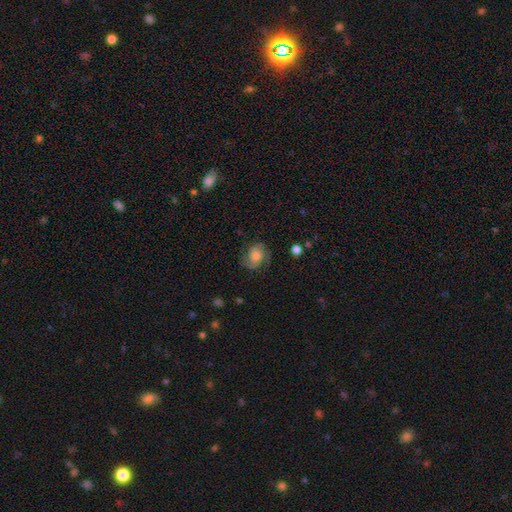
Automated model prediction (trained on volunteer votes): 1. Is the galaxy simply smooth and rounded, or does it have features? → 50% featured or disk, 40% smooth, 9% star or artifact.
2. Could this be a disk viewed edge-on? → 97% no, 3% yes.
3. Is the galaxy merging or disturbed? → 71% none, 19% minor disturbance, 9% major disturbance, 1% merger.